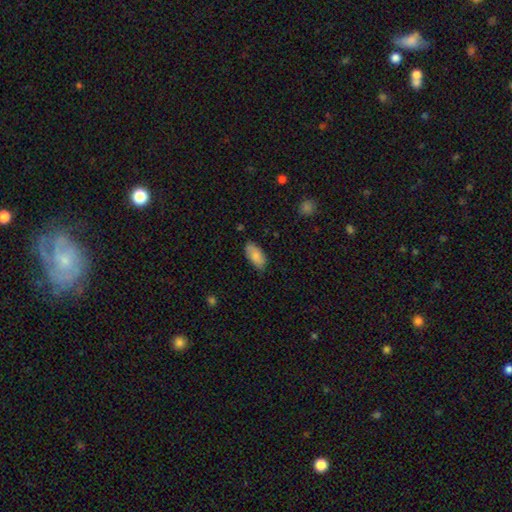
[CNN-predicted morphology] Q: Smooth or featured?
A: smooth (84%); runner-up: featured or disk (9%)
Q: How rounded?
A: in between (92%); runner-up: cigar-shaped (6%)
Q: Merging?
A: none (78%); runner-up: minor disturbance (18%)